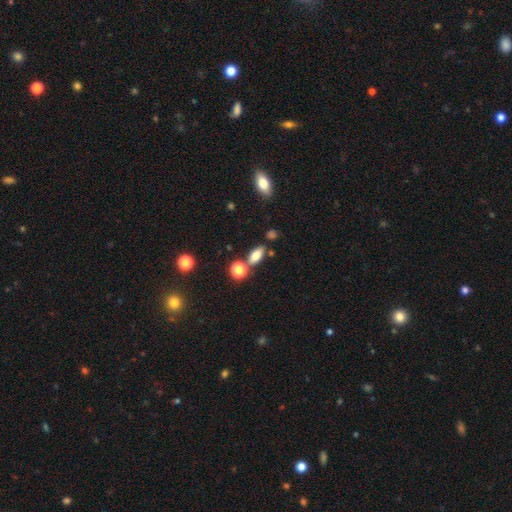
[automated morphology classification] A smooth galaxy with no disk features (76%) that is in between round and cigar-shaped (80%). Merging: none (69%).